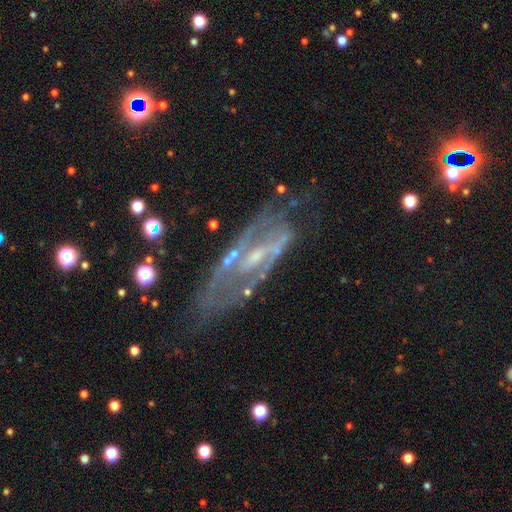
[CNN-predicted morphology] smooth_or_featured: featured or disk (p=0.81) [alt: smooth p=0.10]
disk_edge_on: no (p=0.86) [alt: yes p=0.14]
bar: weak (p=0.42) [alt: no p=0.30]
has_spiral_arms: yes (p=0.75) [alt: no p=0.25]
spiral_winding: medium (p=0.44) [alt: tight p=0.33]
spiral_arm_count: 2 (p=0.56) [alt: can't tell p=0.29]
bulge_size: small (p=0.58) [alt: moderate p=0.23]
merging: none (p=0.54) [alt: minor disturbance p=0.22]